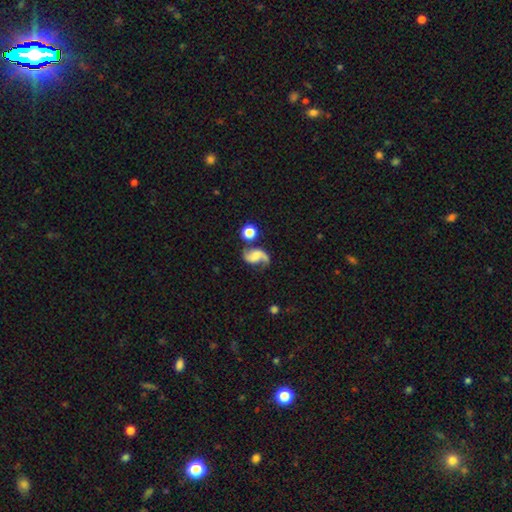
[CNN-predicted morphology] smooth-or-featured: featured or disk: 81% | smooth: 12% | star or artifact: 7%
  disk-edge-on: no: 98% | yes: 2%
    bar: no: 50% | weak: 37% | strong: 13%
    has-spiral-arms: yes: 96% | no: 4%
      spiral-winding: loose: 61% | medium: 32% | tight: 7%
      spiral-arm-count: 2: 90% | 1: 5% | can't tell: 2% | 3: 1% | 4: 1% | more than 4: 1%
    bulge-size: none: 44% | small: 25% | moderate: 19% | large: 9% | dominant: 3%
  merging: none: 61% | minor disturbance: 18% | major disturbance: 11% | merger: 11%